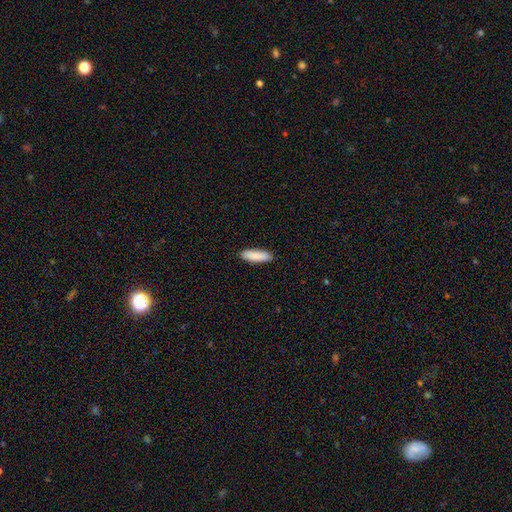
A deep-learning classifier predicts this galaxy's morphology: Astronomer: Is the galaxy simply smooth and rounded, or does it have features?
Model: smooth — 89%.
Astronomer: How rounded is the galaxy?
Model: cigar-shaped — 53% (runner-up: in between, 46%).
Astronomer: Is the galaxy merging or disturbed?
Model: none — 91%.